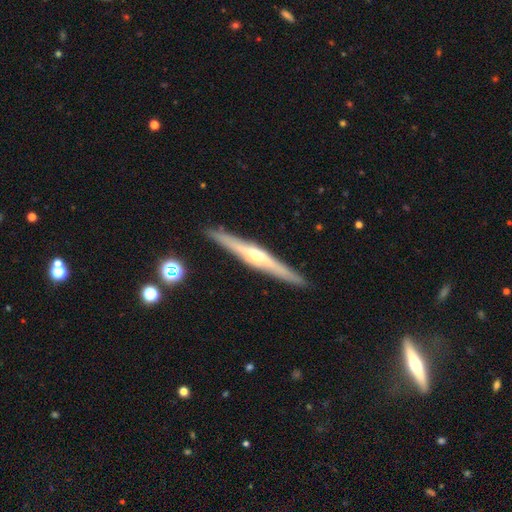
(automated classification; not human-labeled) Smooth or featured? Predicted: featured or disk (p=0.76). Edge-on disk? Predicted: yes (p=0.97). Edge-on bulge? Predicted: rounded (p=0.85). Merging? Predicted: none (p=0.91).